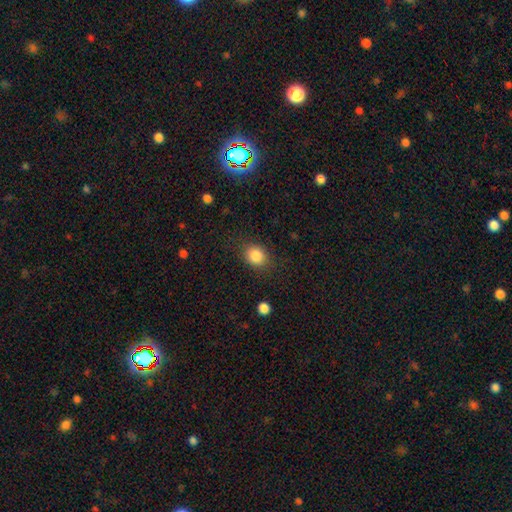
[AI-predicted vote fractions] smooth-or-featured: smooth: 85% | star or artifact: 9% | featured or disk: 5%
  how-rounded: round: 57% | in between: 42% | cigar-shaped: 1%
  merging: none: 83% | minor disturbance: 12% | major disturbance: 4% | merger: 1%